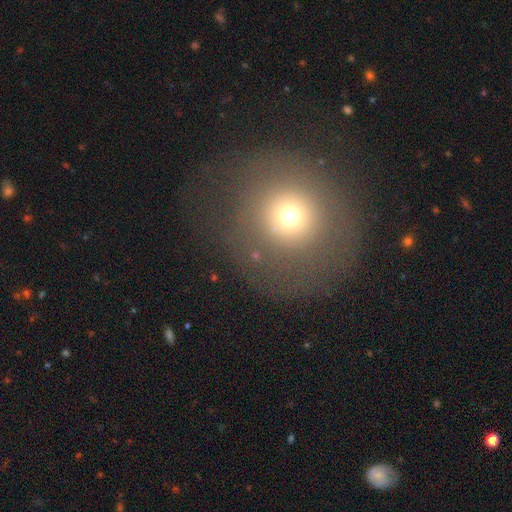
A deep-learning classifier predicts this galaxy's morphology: The model was most divided on "smooth or featured": smooth: 63%, featured or disk: 20%, star or artifact: 16%. More confident: how rounded — round (90%); merging — none (79%).